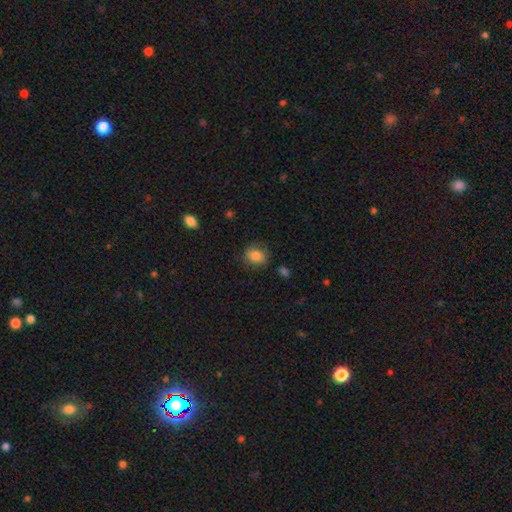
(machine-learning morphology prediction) A smooth galaxy with no disk features (82%) that is round (63%). Merging: none (77%).